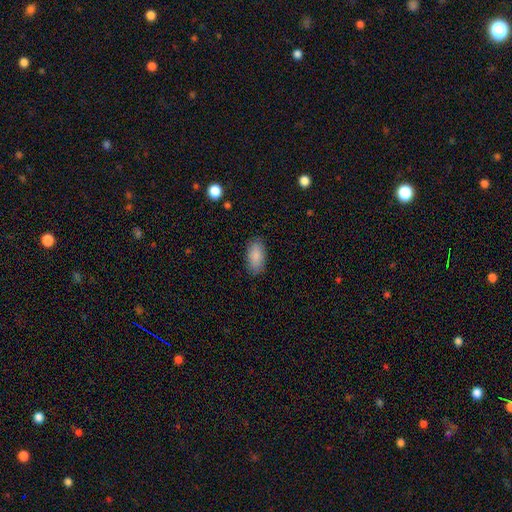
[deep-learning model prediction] Smooth or featured? Predicted: smooth (p=0.87). How rounded? Predicted: in between (p=0.93). Merging? Predicted: none (p=0.84).